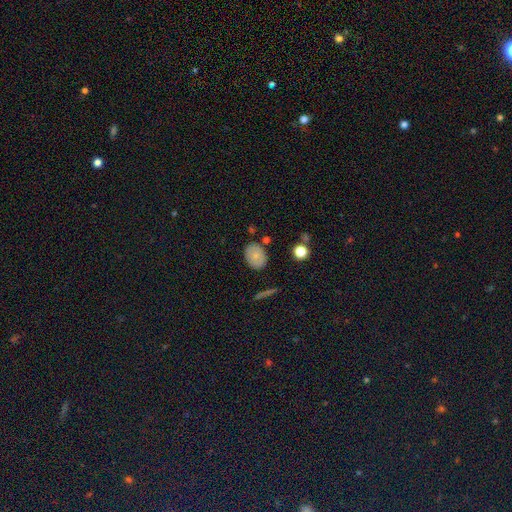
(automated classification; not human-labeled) Smooth or featured: smooth — 72% (featured or disk — 20%)
How rounded: in between — 67% (round — 31%)
Merging: none — 81% (minor disturbance — 13%)